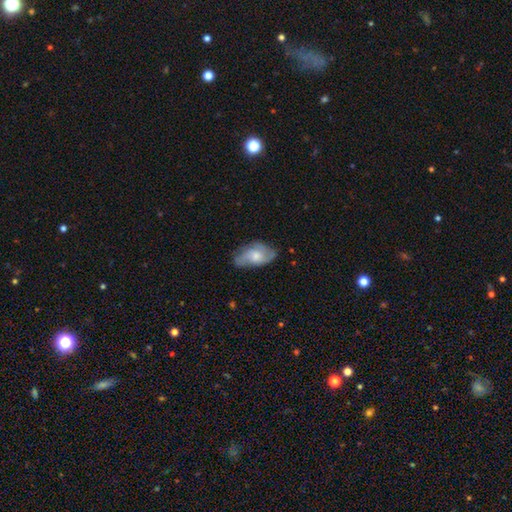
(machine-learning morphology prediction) Smooth or featured? featured or disk (66%)
Edge-on disk? no (95%)
Bar? no (72%)
Spiral arms? yes (89%)
Spiral winding? medium (47%)
Spiral arm count? 3 (35%, tied with 2)
Bulge size? moderate (50%)
Merging? none (59%)